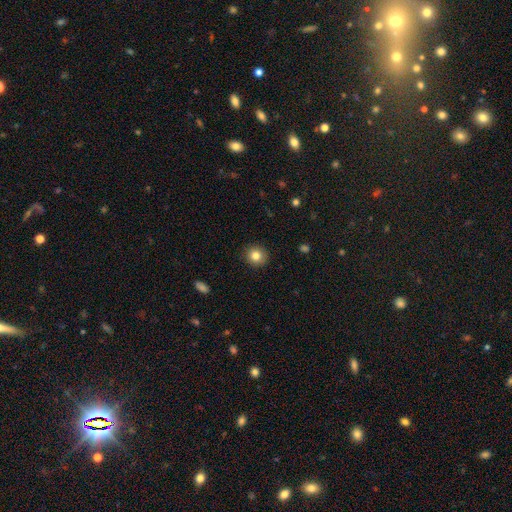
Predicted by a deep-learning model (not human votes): smooth 82%, star or artifact 10%, featured or disk 8%. Down the decision tree: how rounded — round (88%); merging — none (91%).